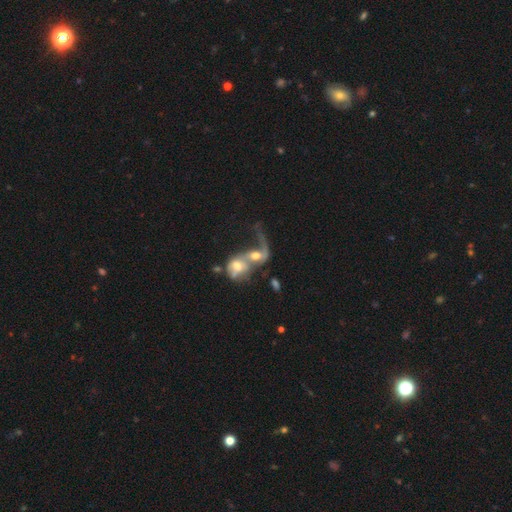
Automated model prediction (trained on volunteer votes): The model was most divided on "spiral arms": yes: 58%, no: 42%. More confident: edge-on disk — no (95%); merging — merger (80%); bar — no (70%); bulge size — moderate (57%); smooth or featured — featured or disk (55%).